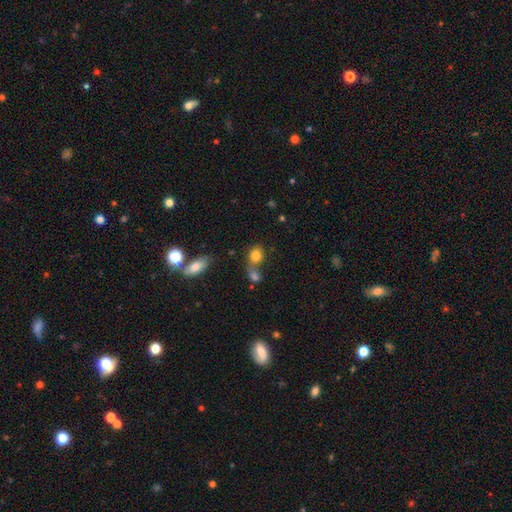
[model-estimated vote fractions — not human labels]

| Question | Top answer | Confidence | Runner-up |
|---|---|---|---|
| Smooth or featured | smooth | 81% | star or artifact (11%) |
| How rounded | round | 54% | in between (44%) |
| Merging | none | 45% | merger (39%) |